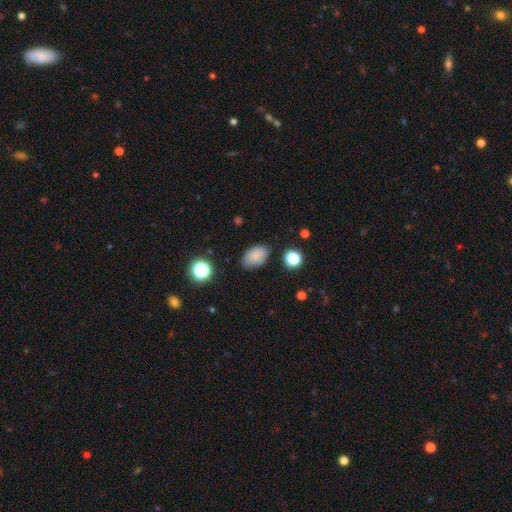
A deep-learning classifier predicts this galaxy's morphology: This is clearly a smooth galaxy (84%). How rounded: clearly in between (88%). Merging: clearly none (82%).